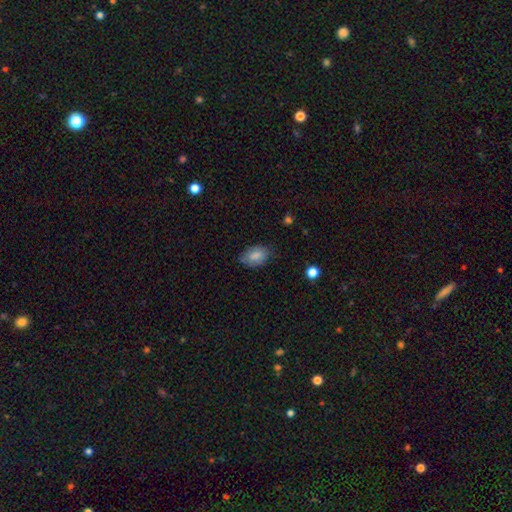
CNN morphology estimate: type=smooth (83%); roundness=in between (87%); merging=none (72%).